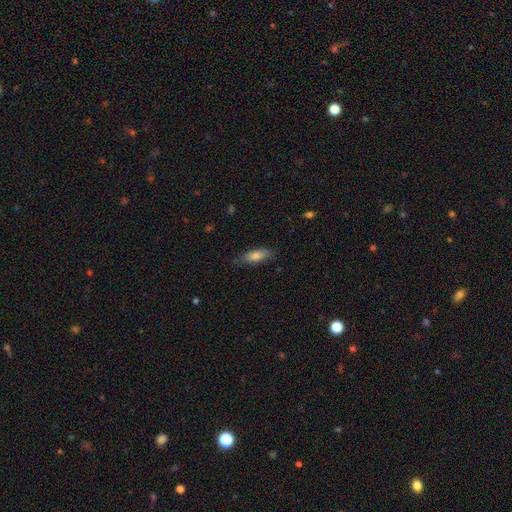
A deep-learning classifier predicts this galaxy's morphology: smooth 73%, featured or disk 20%, star or artifact 7%. Down the decision tree: how rounded — in between (59%); merging — none (77%).